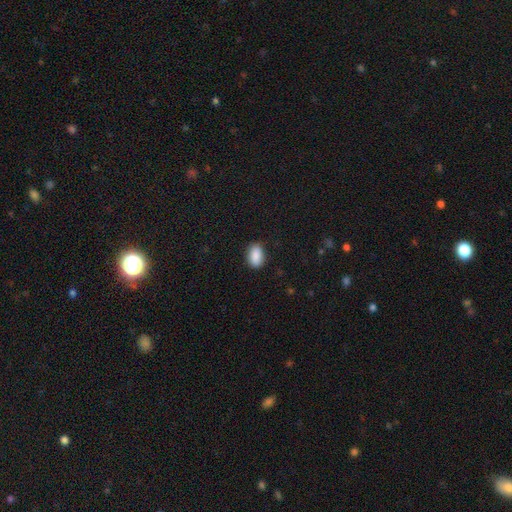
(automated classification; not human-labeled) smooth_or_featured: smooth (p=0.89) [alt: star or artifact p=0.07]
how_rounded: in between (p=0.91) [alt: round p=0.07]
merging: none (p=0.85) [alt: minor disturbance p=0.12]